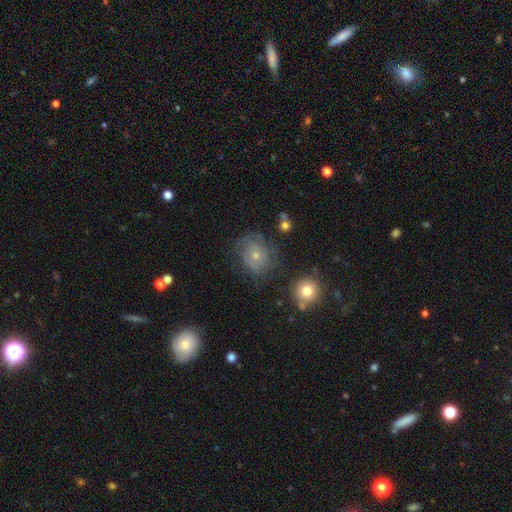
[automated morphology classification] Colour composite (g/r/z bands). It shows a featured or disk galaxy (50%). Merging: none (61%).